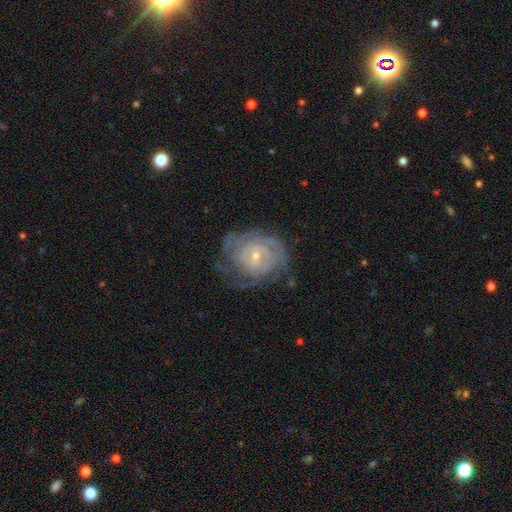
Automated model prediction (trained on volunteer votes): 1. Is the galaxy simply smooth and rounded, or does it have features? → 83% featured or disk, 11% smooth, 6% star or artifact.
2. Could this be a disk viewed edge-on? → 97% no, 3% yes.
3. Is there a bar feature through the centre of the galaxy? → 49% no, 43% weak, 9% strong.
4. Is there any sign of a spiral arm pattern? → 91% yes, 9% no.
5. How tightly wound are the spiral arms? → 72% tight, 22% medium, 5% loose.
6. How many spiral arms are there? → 46% can't tell, 20% 2, 14% 3, 10% 4, 5% more than 4, 5% 1.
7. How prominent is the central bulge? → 70% small, 26% moderate, 2% none, 1% large, 1% dominant.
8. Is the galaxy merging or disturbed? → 62% none, 23% minor disturbance, 14% major disturbance, 2% merger.